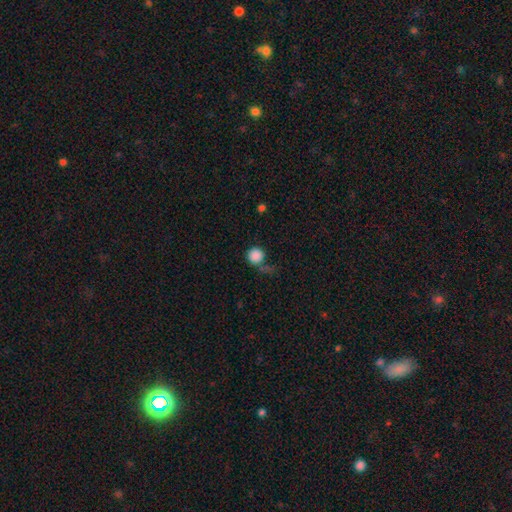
A smooth galaxy with no disk features (90%) that is round (94%).

Vote fractions:
- Smooth or featured? smooth: 90% / featured or disk: 5% / star or artifact: 5%
- How rounded? round: 94% / in between: 6% / cigar-shaped: 0%
- Merging? none: 76% / minor disturbance: 14% / major disturbance: 11% / merger: 0%